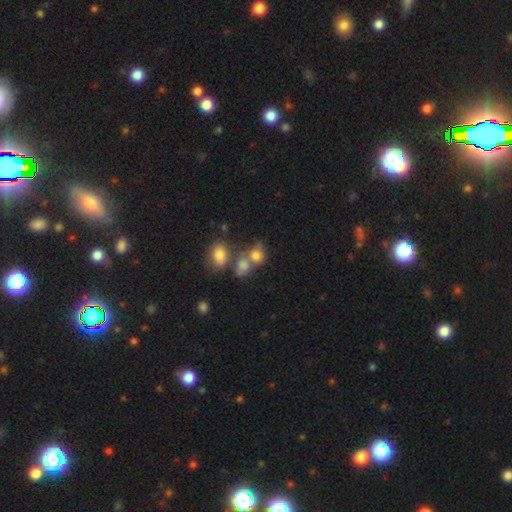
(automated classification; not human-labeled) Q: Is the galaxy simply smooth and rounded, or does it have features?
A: smooth — 73%.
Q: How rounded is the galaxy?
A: round — 60%.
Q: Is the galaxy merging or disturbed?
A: merger — 48%.